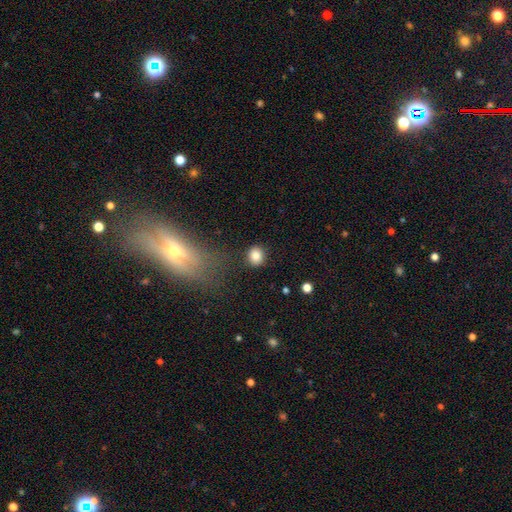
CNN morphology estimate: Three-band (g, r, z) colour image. It shows a smooth galaxy with no disk features (84%) that is round (81%). Merging: none (87%).